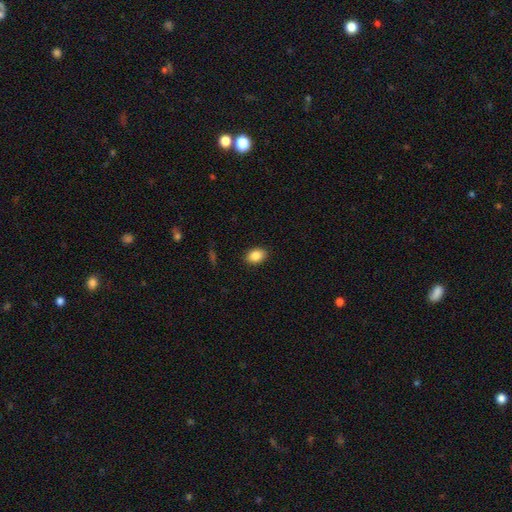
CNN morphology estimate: The model was most divided on "how rounded": in between: 76%, round: 23%, cigar-shaped: 1%. More confident: merging — none (89%); smooth or featured — smooth (86%).